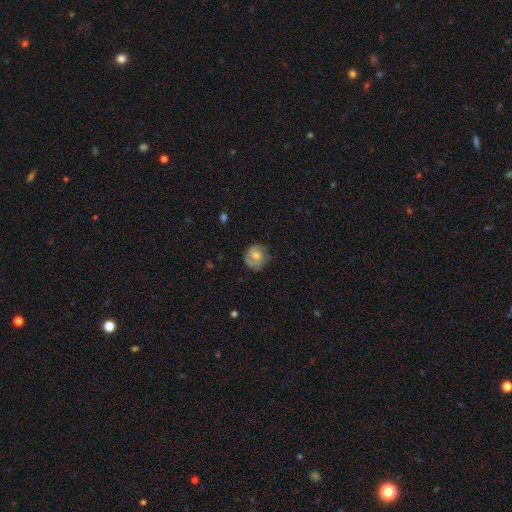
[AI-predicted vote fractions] Overall: smooth (50%; featured or disk 43%). Merging: none (65%).